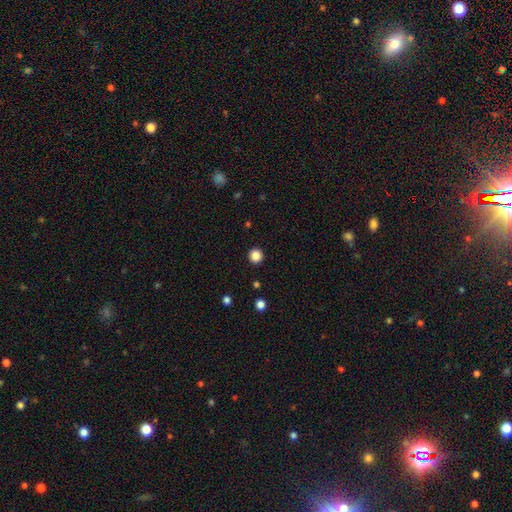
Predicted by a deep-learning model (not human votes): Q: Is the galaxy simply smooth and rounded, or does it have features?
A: smooth — 86%.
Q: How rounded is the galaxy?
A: round — 95%.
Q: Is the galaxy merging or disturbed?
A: none — 93%.